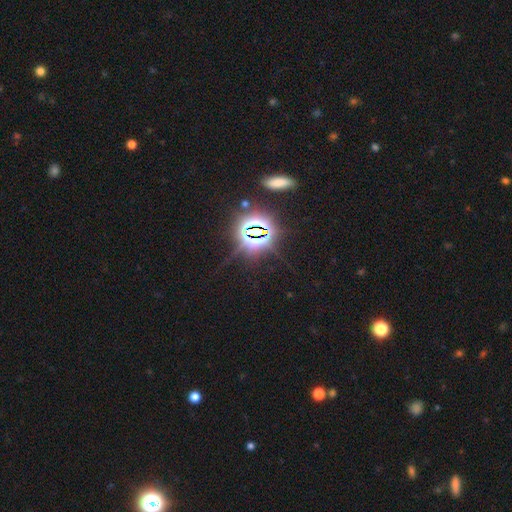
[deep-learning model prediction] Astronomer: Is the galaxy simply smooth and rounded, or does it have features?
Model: star or artifact — 81%.